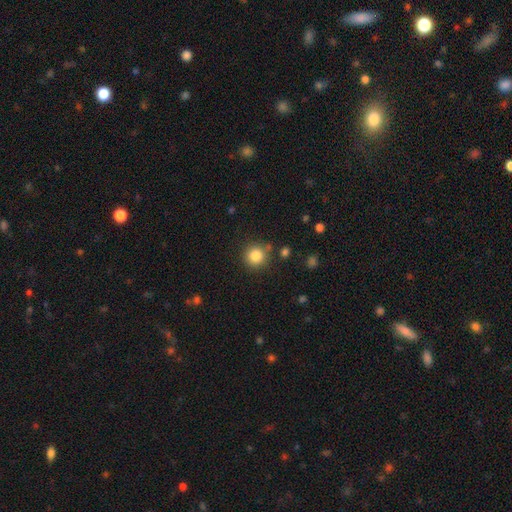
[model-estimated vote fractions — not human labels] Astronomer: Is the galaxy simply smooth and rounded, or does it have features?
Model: smooth — 84%.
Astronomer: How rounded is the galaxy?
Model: round — 93%.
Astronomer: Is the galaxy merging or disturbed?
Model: none — 84%.